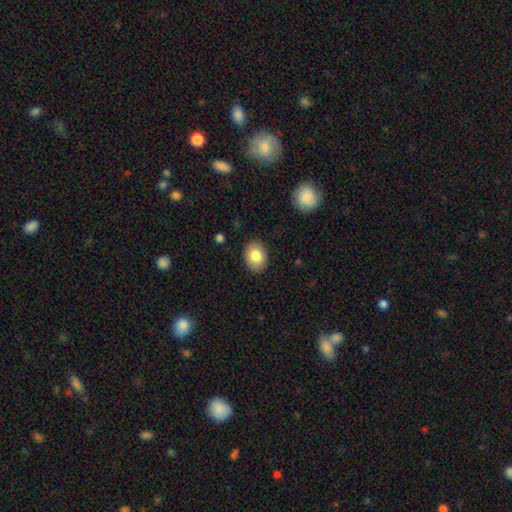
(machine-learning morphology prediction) This appears to be a smooth galaxy with no disk features (83%) that is in between round and cigar-shaped (63%). Merging: none (88%).